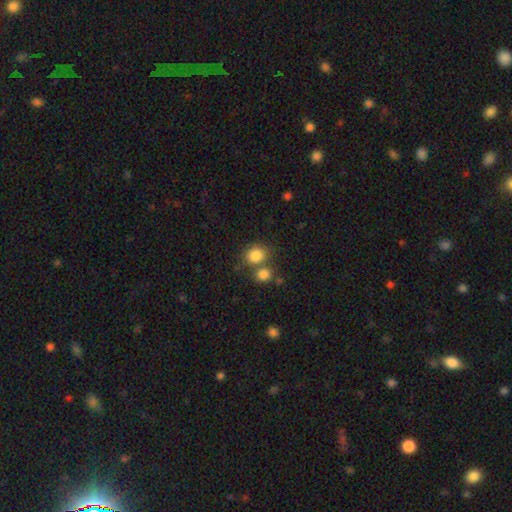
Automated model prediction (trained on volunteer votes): A smooth galaxy with no disk features (83%) that is round (72%).

Vote fractions:
- Smooth or featured? smooth: 83% / star or artifact: 10% / featured or disk: 7%
- How rounded? round: 72% / in between: 28% / cigar-shaped: 1%
- Merging? none: 58% / merger: 28% / minor disturbance: 10% / major disturbance: 4%